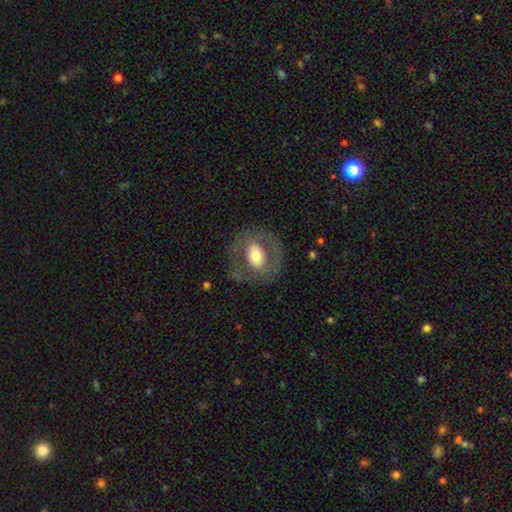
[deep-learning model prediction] Q: Smooth or featured?
A: featured or disk (49%); runner-up: smooth (44%)
Q: Merging?
A: none (75%); runner-up: minor disturbance (13%)